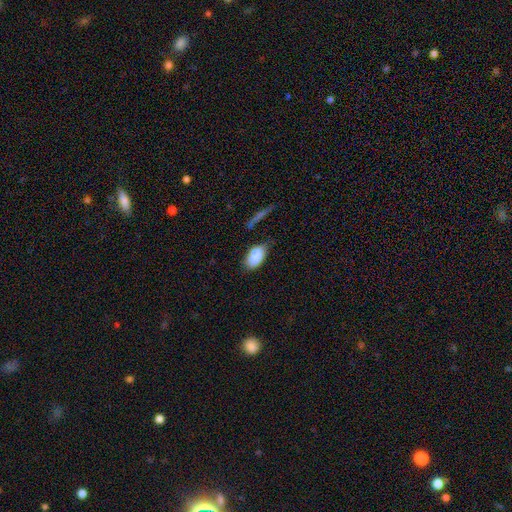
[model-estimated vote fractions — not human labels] Q: Smooth or featured?
A: smooth (80%); runner-up: featured or disk (12%)
Q: How rounded?
A: in between (93%); runner-up: round (5%)
Q: Merging?
A: none (51%); runner-up: minor disturbance (30%)